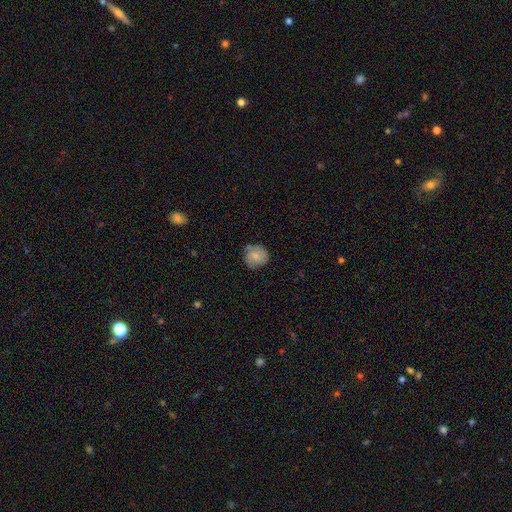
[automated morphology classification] A smooth galaxy with no disk features (62%) that is round (84%). Merging: none (65%).